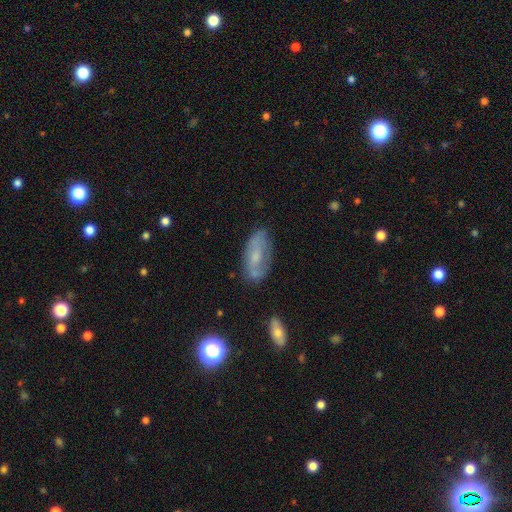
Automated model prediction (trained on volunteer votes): This appears to be a smooth galaxy with no disk features (45%, tied with featured or disk). Merging: none (66%).